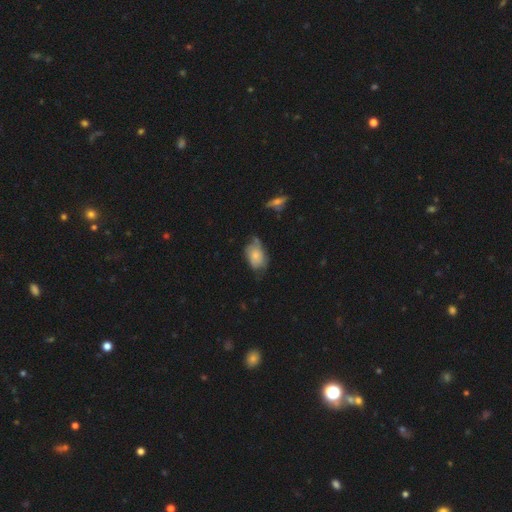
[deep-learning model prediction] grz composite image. It shows a smooth galaxy with no disk features (65%) that is in between round and cigar-shaped (81%). Merging: none (43%).